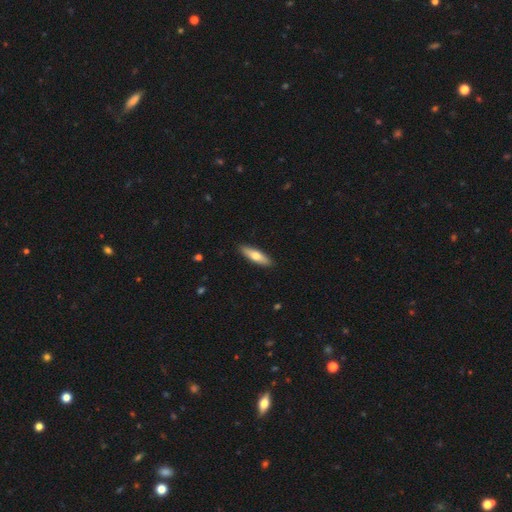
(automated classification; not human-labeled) Smooth or featured: smooth — 66% (featured or disk — 29%)
How rounded: cigar-shaped — 56% (in between — 42%)
Merging: none — 90% (minor disturbance — 7%)